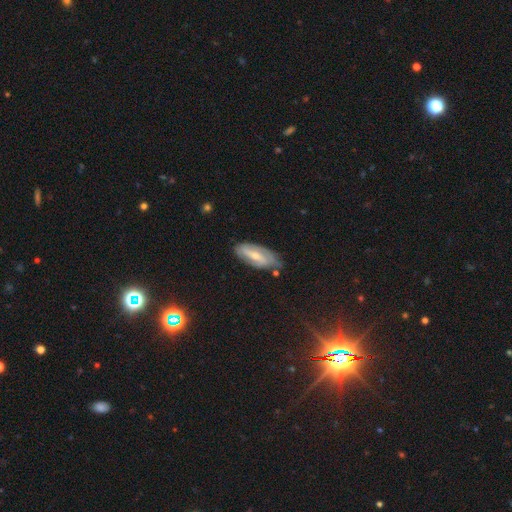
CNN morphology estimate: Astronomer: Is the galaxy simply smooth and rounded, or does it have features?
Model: featured or disk — 65%.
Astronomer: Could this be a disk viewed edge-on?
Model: no — 86%.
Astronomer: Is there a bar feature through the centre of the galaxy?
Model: weak — 39% (runner-up: strong, 38%).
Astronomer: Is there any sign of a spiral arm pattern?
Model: yes — 78%.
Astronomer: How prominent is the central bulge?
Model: small — 54% (runner-up: moderate, 42%).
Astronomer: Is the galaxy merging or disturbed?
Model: none — 66%.